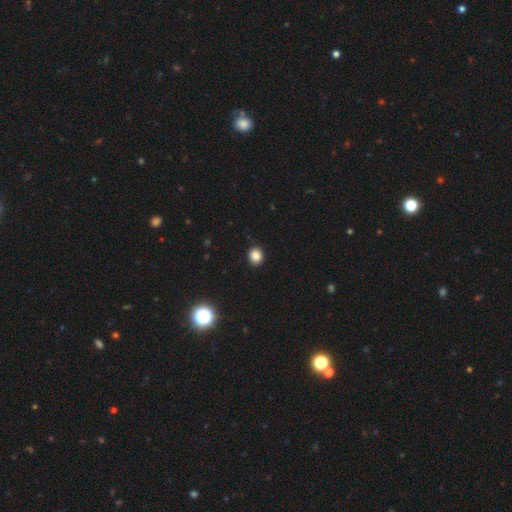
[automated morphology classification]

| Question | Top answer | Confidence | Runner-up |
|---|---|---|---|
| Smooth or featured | smooth | 85% | star or artifact (12%) |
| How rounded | round | 80% | in between (19%) |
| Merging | none | 91% | minor disturbance (7%) |